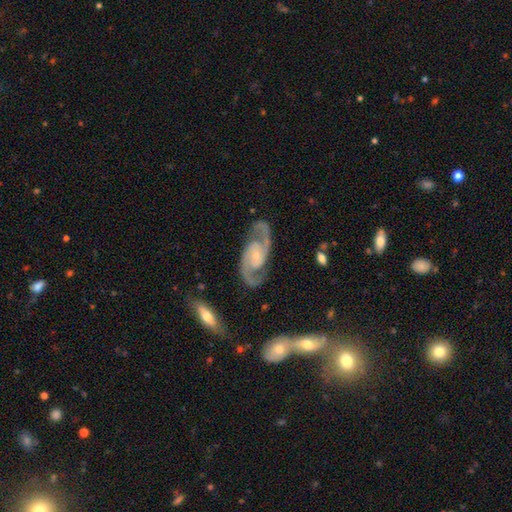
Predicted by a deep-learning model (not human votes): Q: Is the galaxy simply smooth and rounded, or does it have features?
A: featured or disk — 92%.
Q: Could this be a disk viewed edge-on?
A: no — 97%.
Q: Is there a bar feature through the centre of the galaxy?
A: no — 55%.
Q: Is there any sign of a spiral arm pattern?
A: yes — 98%.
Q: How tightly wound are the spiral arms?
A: medium — 61%.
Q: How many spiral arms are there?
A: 2 — 94%.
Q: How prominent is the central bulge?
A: small — 65%.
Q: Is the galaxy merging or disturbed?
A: none — 82%.